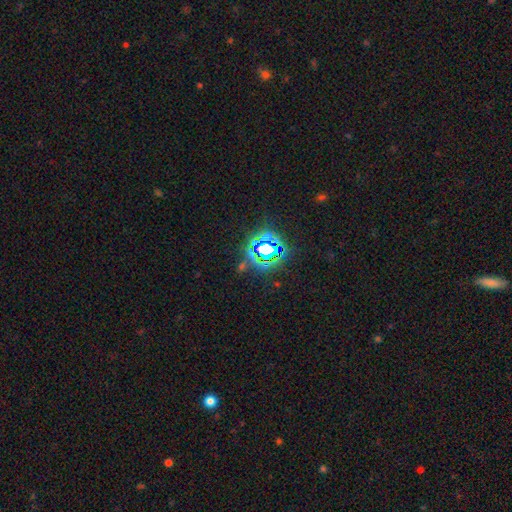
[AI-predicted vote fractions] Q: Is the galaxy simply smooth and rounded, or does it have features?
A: star or artifact — 77%.